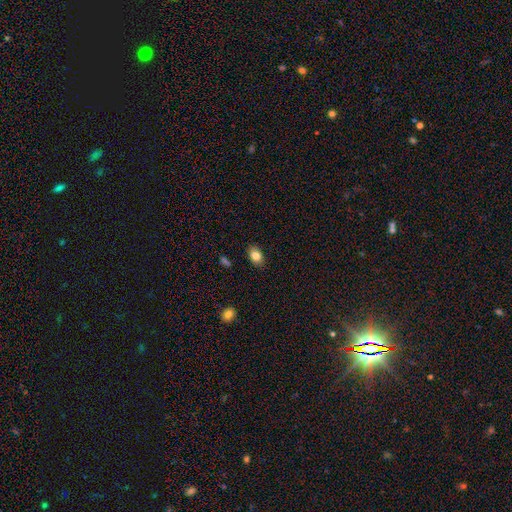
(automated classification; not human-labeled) Smooth or featured? smooth (83%)
How rounded? in between (81%)
Merging? none (87%)